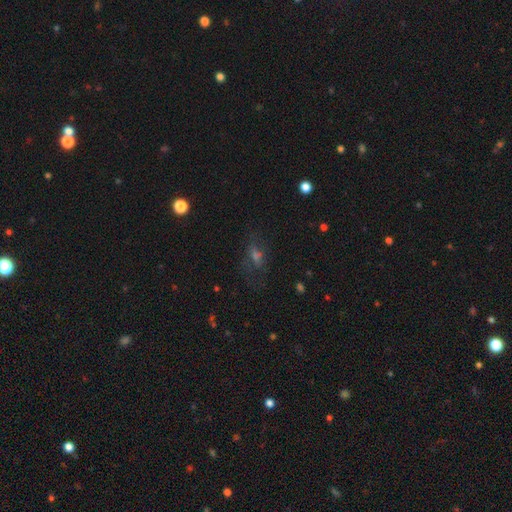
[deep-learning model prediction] This appears to be a smooth galaxy with no disk features (40%). Merging: none (56%).